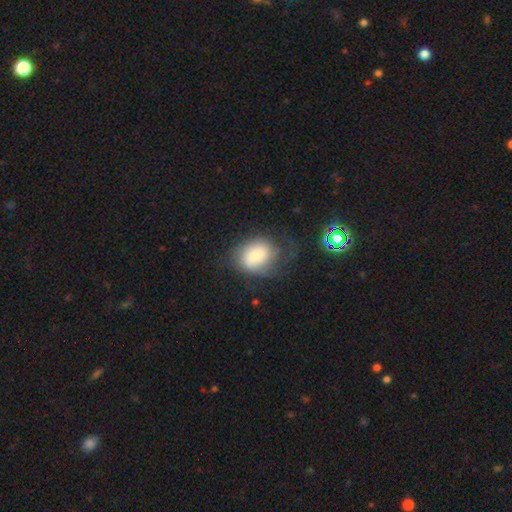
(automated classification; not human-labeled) This is likely a smooth galaxy (66%). How rounded: possibly in between (59%). Merging: marginally none (44%).